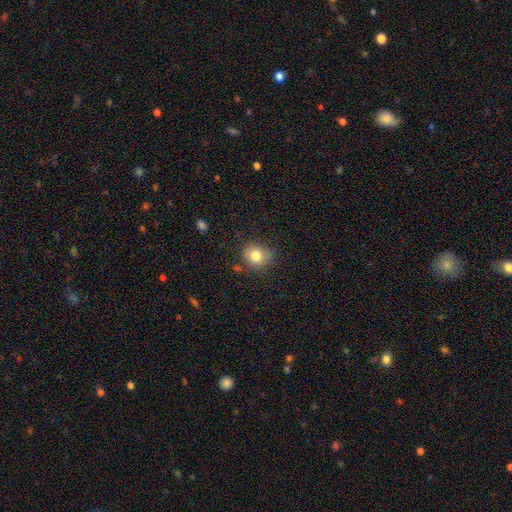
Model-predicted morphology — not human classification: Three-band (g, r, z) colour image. It shows a smooth galaxy with no disk features (81%) that is round (78%). Merging: none (76%).